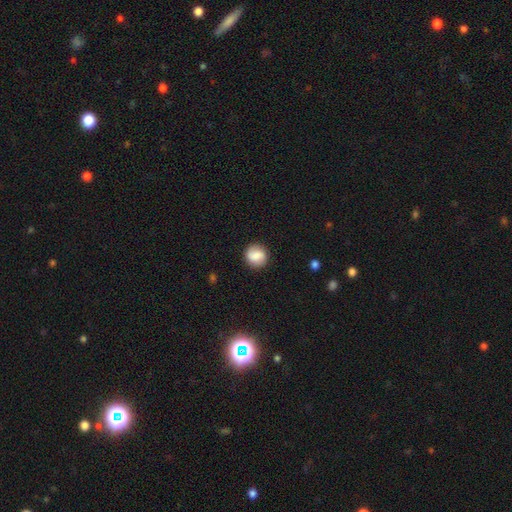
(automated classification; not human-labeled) Smooth or featured? smooth (74%)
How rounded? round (90%)
Merging? none (86%)